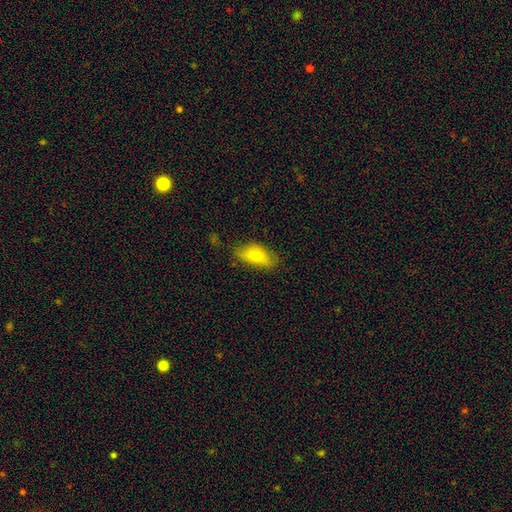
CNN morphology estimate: This is likely a smooth galaxy (80%). How rounded: clearly in between (89%). Merging: likely none (64%).